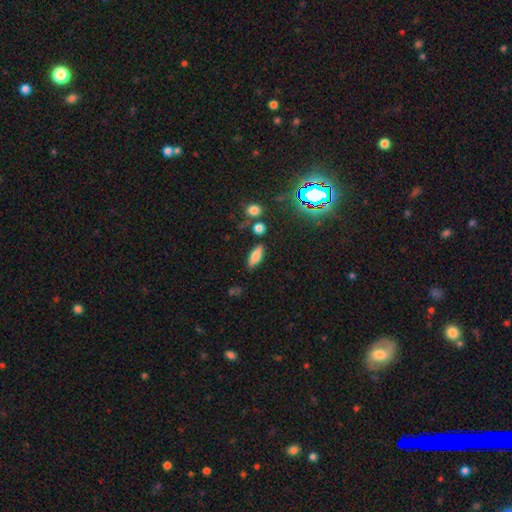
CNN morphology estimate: Smooth or featured: smooth — 71% (featured or disk — 17%)
How rounded: in between — 70% (cigar-shaped — 26%)
Merging: none — 78% (minor disturbance — 14%)